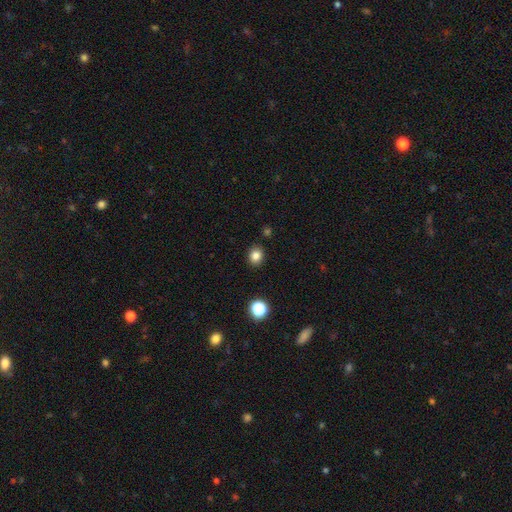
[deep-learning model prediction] Q: Smooth or featured?
A: smooth (82%); runner-up: star or artifact (13%)
Q: How rounded?
A: round (65%); runner-up: in between (34%)
Q: Merging?
A: none (89%); runner-up: minor disturbance (7%)